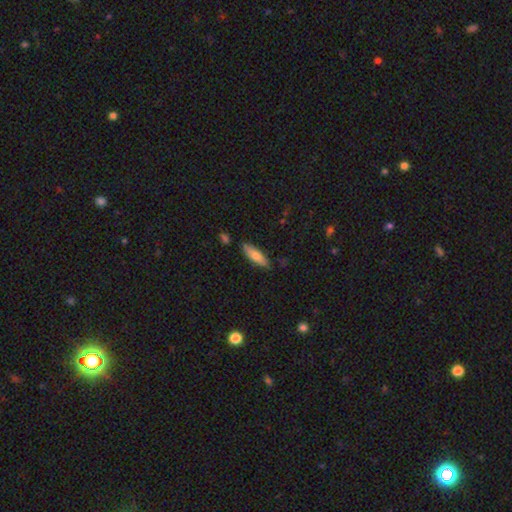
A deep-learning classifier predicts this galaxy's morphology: Q: Smooth or featured?
A: smooth (76%); runner-up: featured or disk (17%)
Q: How rounded?
A: cigar-shaped (54%); runner-up: in between (44%)
Q: Merging?
A: none (84%); runner-up: minor disturbance (12%)